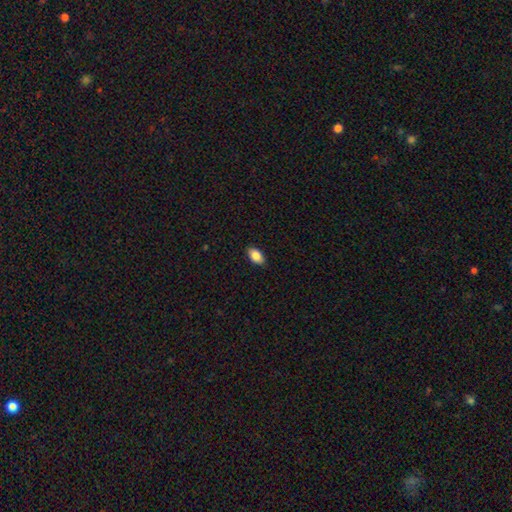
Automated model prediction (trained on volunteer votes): Q: Smooth or featured?
A: smooth (86%); runner-up: star or artifact (7%)
Q: How rounded?
A: in between (92%); runner-up: round (6%)
Q: Merging?
A: none (88%); runner-up: minor disturbance (9%)